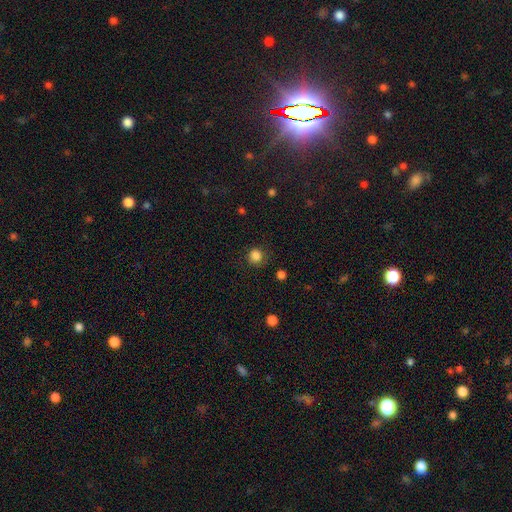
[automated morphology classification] type=smooth (84%); roundness=round (90%); merging=none (82%).